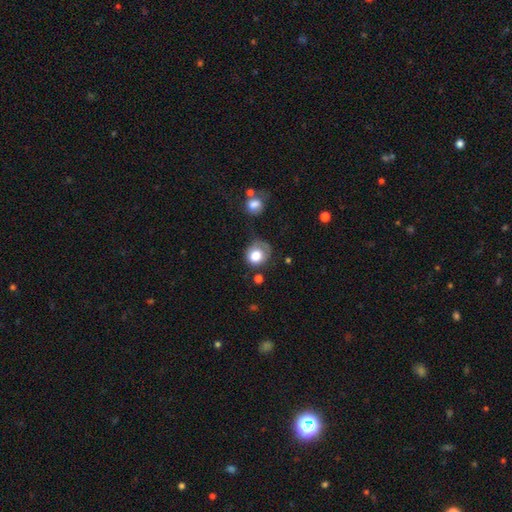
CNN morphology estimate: The model was most divided on "merging": none: 43%, minor disturbance: 30%, major disturbance: 22%, merger: 6%. More confident: smooth or featured — smooth (76%); how rounded — round (75%).